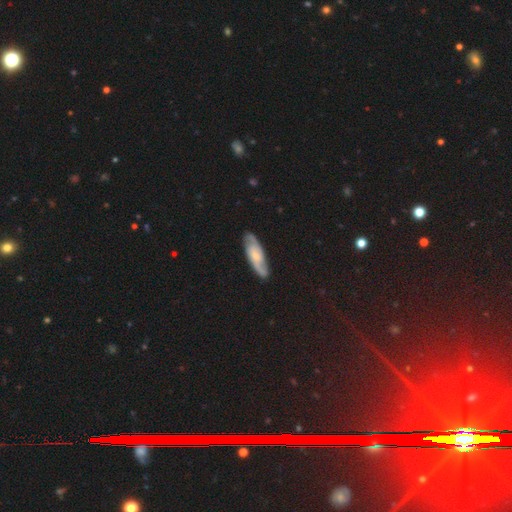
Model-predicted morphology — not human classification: featured or disk 69%, smooth 26%, star or artifact 5%. Down the decision tree: edge-on disk — no (84%); bar — no (58%); spiral arms — yes (93%); spiral arm count — 2 (81%); spiral winding — medium (46%); bulge size — small (49%); merging — none (82%).